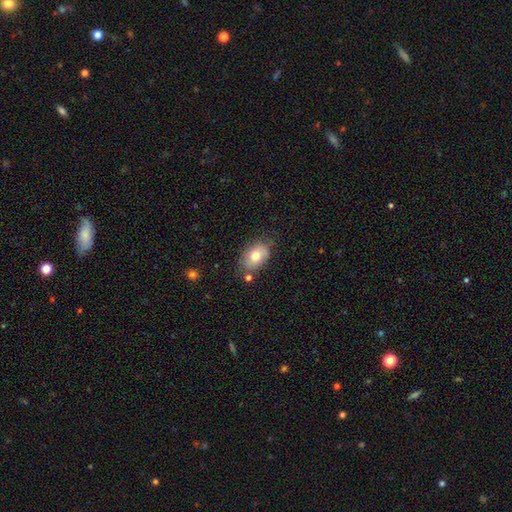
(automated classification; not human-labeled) smooth 74%, featured or disk 18%, star or artifact 8%. Down the decision tree: how rounded — in between (84%); merging — none (71%).